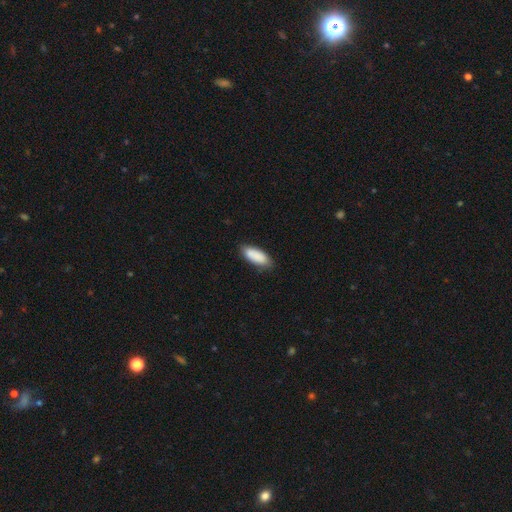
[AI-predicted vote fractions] Smooth or featured: smooth — 88% (star or artifact — 6%)
How rounded: in between — 80% (cigar-shaped — 19%)
Merging: none — 79% (minor disturbance — 17%)